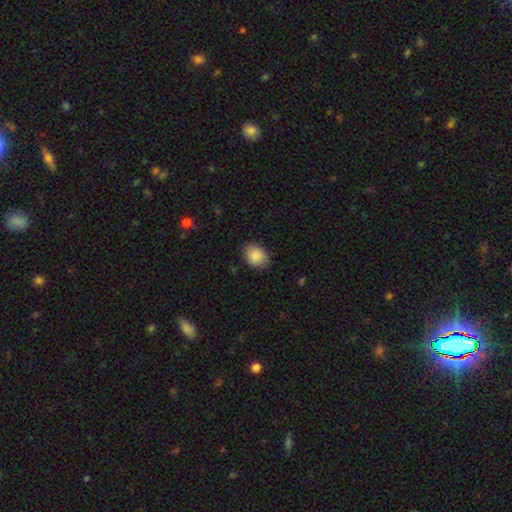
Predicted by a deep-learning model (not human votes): A smooth galaxy with no disk features (88%) that is round (52%).

Vote fractions:
- Smooth or featured? smooth: 88% / star or artifact: 7% / featured or disk: 5%
- How rounded? round: 52% / in between: 47% / cigar-shaped: 1%
- Merging? none: 79% / minor disturbance: 17% / major disturbance: 3% / merger: 1%